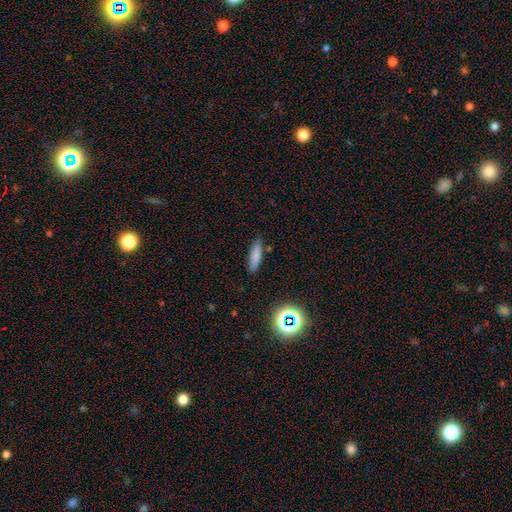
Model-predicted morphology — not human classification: This is likely a smooth galaxy (80%). How rounded: likely cigar-shaped (63%). Merging: clearly none (83%).